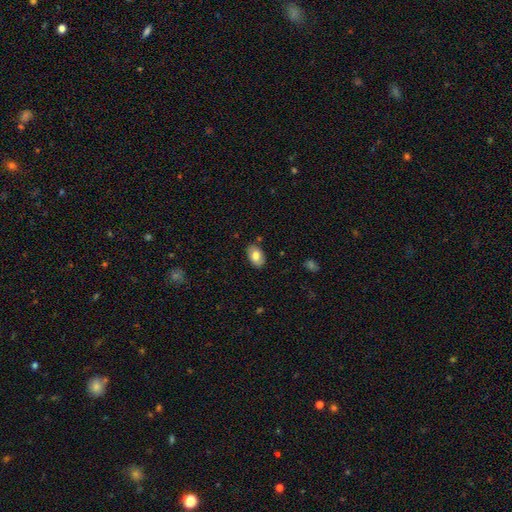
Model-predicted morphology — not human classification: The model was most divided on "smooth or featured": smooth: 75%, featured or disk: 18%, star or artifact: 7%. More confident: how rounded — in between (90%); merging — none (83%).